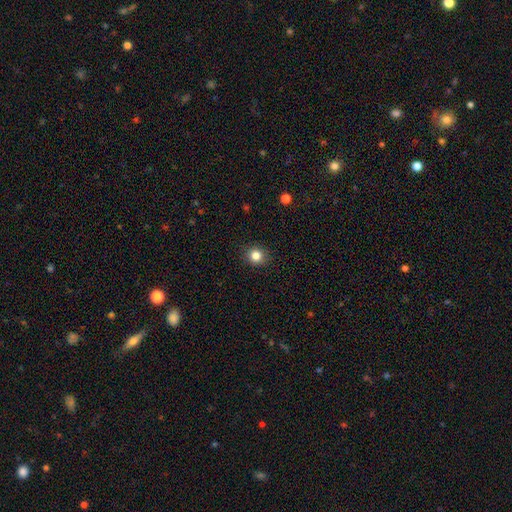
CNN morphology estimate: Smooth or featured: smooth — 82% (star or artifact — 12%)
How rounded: round — 88% (in between — 11%)
Merging: none — 91% (minor disturbance — 6%)